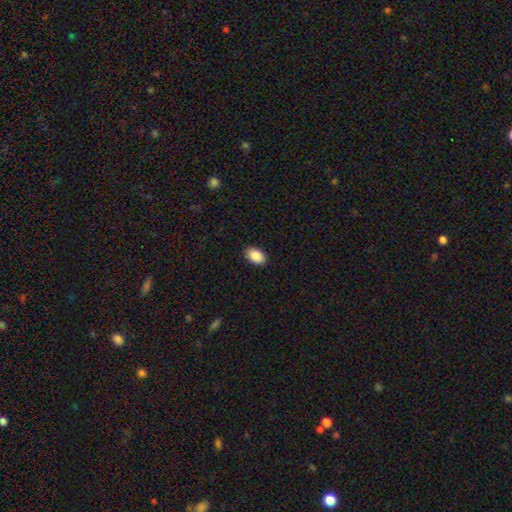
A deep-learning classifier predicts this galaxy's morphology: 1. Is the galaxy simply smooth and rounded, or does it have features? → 89% smooth, 7% star or artifact, 4% featured or disk.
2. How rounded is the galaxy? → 91% in between, 7% round, 1% cigar-shaped.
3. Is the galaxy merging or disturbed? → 89% none, 8% minor disturbance, 2% major disturbance, 1% merger.